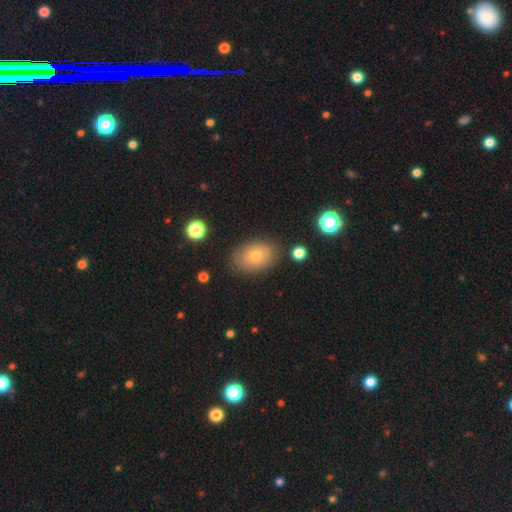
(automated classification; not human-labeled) Overall: smooth (71%). How rounded: in between (76%). Merging: none (84%).